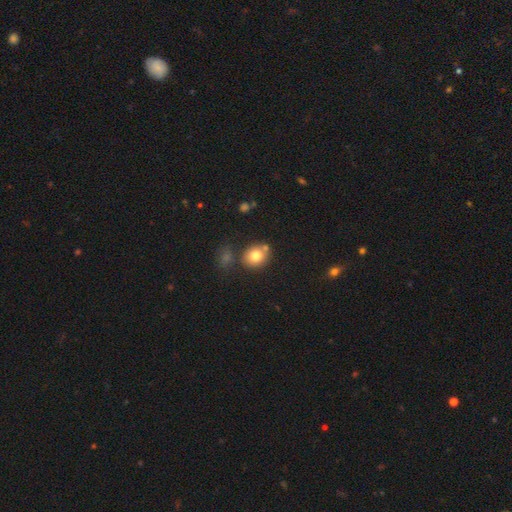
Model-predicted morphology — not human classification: This appears to be a smooth galaxy with no disk features (77%) that is round (71%). Merging: none (69%).